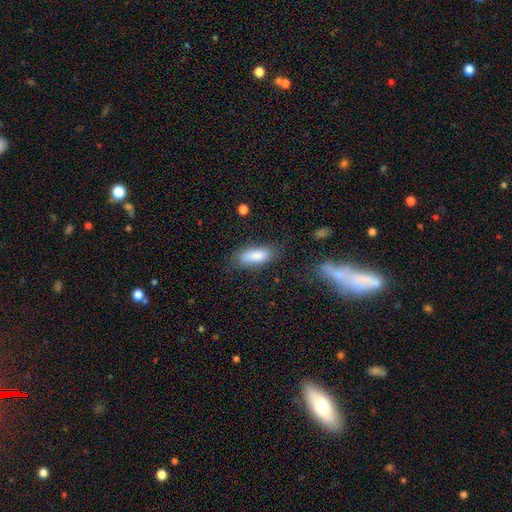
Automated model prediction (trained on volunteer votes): A smooth galaxy with no disk features (84%) that is in between round and cigar-shaped (75%). Merging: none (74%).